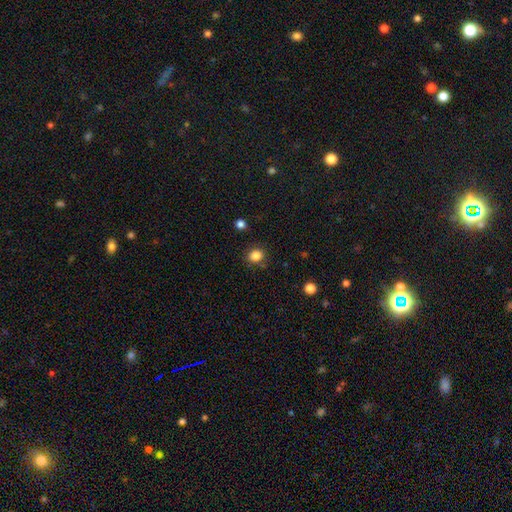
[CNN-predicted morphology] This appears to be a smooth galaxy with no disk features (84%) that is round (70%). Merging: none (82%).